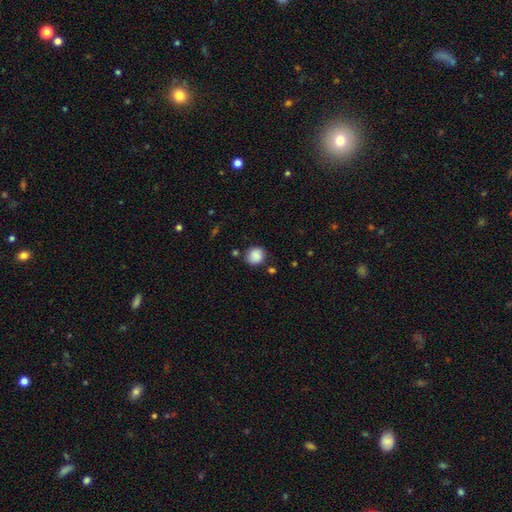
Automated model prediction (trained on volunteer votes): Smooth or featured: smooth — 87% (star or artifact — 8%)
How rounded: round — 85% (in between — 14%)
Merging: none — 78% (minor disturbance — 14%)